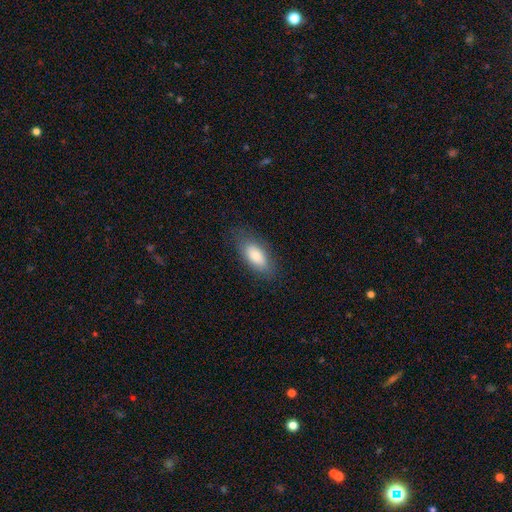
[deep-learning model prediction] smooth-or-featured: smooth: 82% | featured or disk: 11% | star or artifact: 6%
  how-rounded: in between: 86% | cigar-shaped: 11% | round: 3%
  merging: none: 79% | minor disturbance: 15% | major disturbance: 5% | merger: 1%